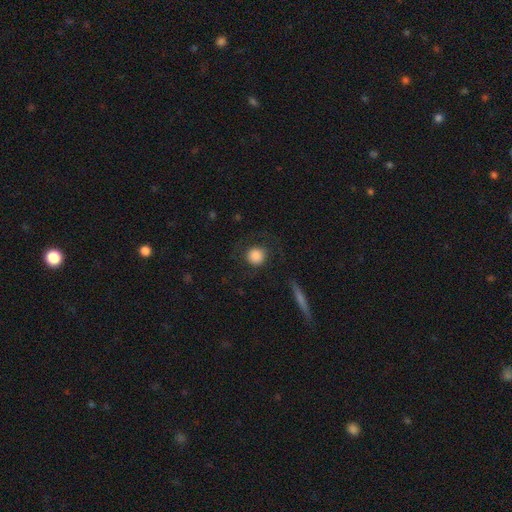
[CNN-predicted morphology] Smooth or featured: smooth — 82% (featured or disk — 10%)
How rounded: round — 93% (in between — 6%)
Merging: none — 78% (minor disturbance — 12%)